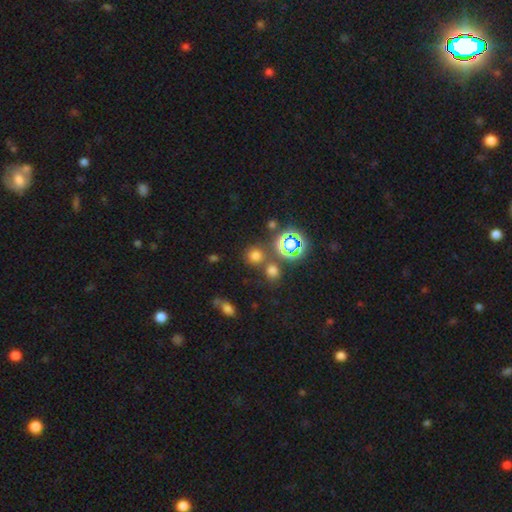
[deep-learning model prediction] Morphology: type=smooth (66%); roundness=round (88%); merging=none (72%).